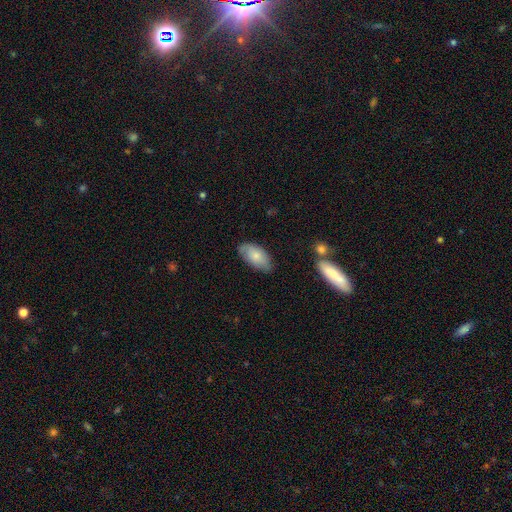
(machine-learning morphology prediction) Smooth or featured: smooth — 76% (featured or disk — 18%)
How rounded: in between — 94% (cigar-shaped — 4%)
Merging: none — 76% (minor disturbance — 19%)